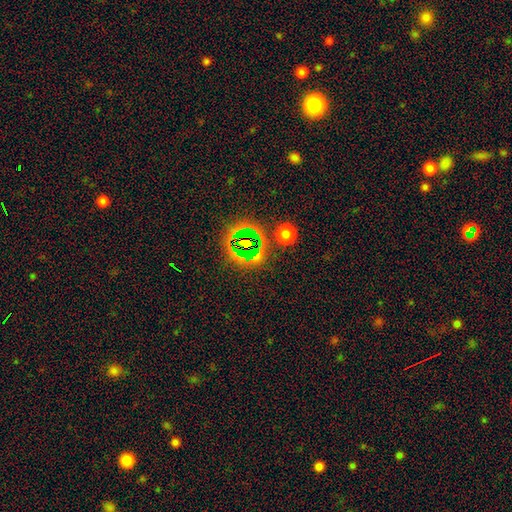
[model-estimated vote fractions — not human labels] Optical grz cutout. It shows a star or artifact, not a galaxy (65%).